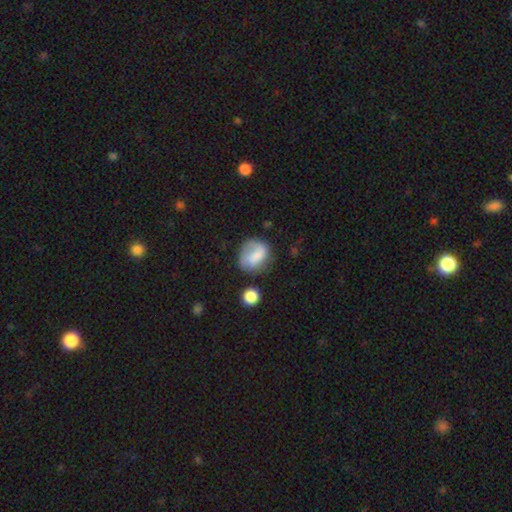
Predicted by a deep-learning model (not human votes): Smooth or featured? Predicted: smooth (p=0.60). How rounded? Predicted: round (p=0.65). Merging? Predicted: none (p=0.52).